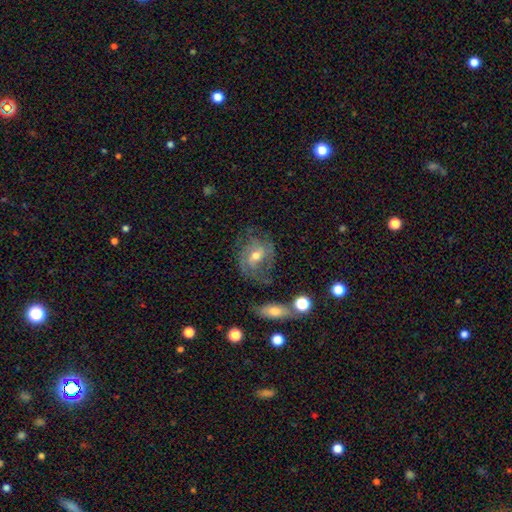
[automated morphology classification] smooth-or-featured: featured or disk: 78% | smooth: 14% | star or artifact: 8%
  disk-edge-on: no: 96% | yes: 4%
    bar: weak: 46% | no: 41% | strong: 13%
    has-spiral-arms: yes: 91% | no: 9%
      spiral-winding: medium: 43% | tight: 42% | loose: 15%
      spiral-arm-count: 2: 36% | can't tell: 25% | 3: 24% | 4: 6% | 1: 5% | more than 4: 4%
    bulge-size: moderate: 62% | small: 33% | large: 3% | none: 1% | dominant: 1%
  merging: none: 63% | minor disturbance: 20% | major disturbance: 14% | merger: 4%